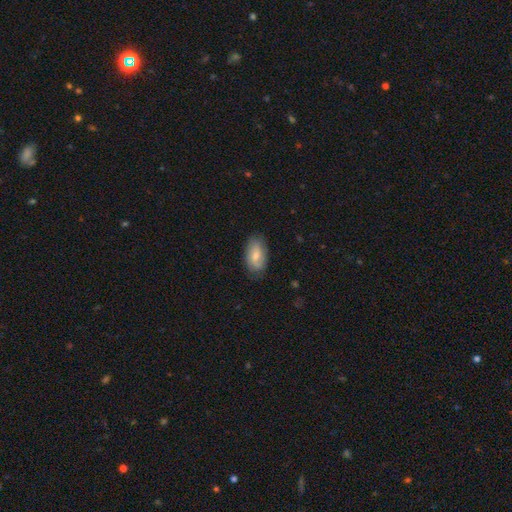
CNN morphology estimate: Smooth or featured? Predicted: smooth (p=0.69). How rounded? Predicted: in between (p=0.92). Merging? Predicted: none (p=0.78).